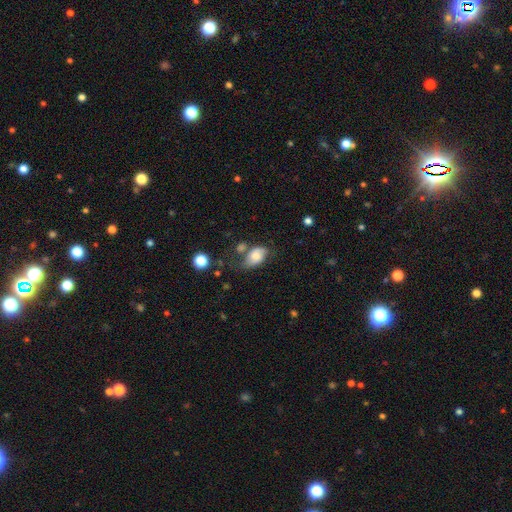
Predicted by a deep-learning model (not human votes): Smooth or featured: smooth — 63% (featured or disk — 28%)
How rounded: in between — 86% (round — 12%)
Merging: none — 43% (minor disturbance — 28%)